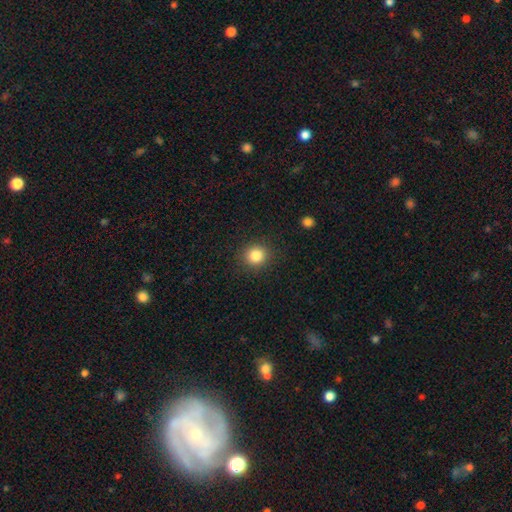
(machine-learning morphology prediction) The model was most divided on "how rounded": round: 86%, in between: 13%, cigar-shaped: 1%. More confident: merging — none (89%); smooth or featured — smooth (84%).